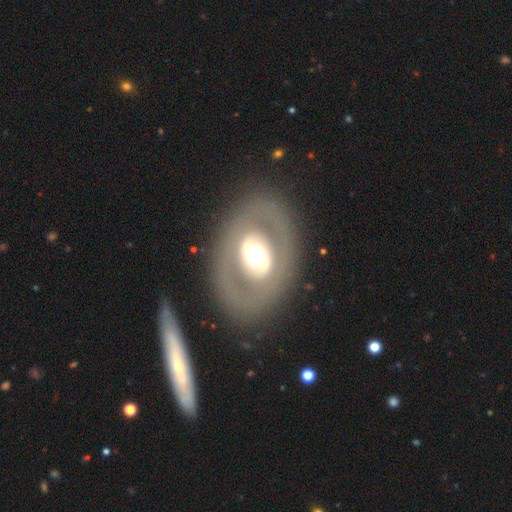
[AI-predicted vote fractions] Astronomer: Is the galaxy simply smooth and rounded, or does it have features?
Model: featured or disk — 56% (runner-up: smooth, 37%).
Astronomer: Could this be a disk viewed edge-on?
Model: no — 90%.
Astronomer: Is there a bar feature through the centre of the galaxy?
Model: no — 75%.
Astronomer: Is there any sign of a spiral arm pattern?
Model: no — 91%.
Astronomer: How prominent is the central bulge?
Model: moderate — 49% (runner-up: large, 36%).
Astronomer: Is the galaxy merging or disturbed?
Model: none — 82%.